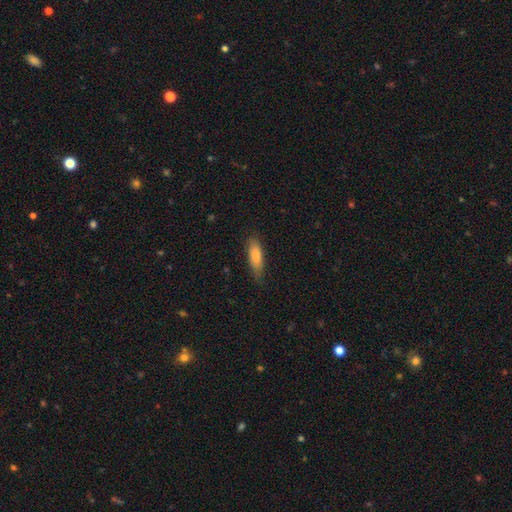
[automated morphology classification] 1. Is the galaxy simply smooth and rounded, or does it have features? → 81% smooth, 13% featured or disk, 6% star or artifact.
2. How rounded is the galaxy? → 54% in between, 44% cigar-shaped, 2% round.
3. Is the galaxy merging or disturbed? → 76% none, 19% minor disturbance, 3% major disturbance, 1% merger.